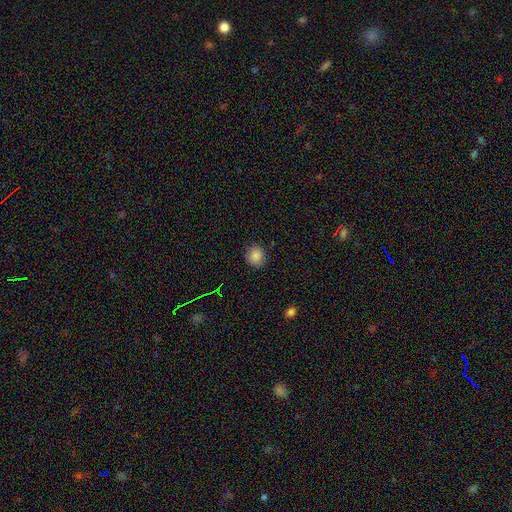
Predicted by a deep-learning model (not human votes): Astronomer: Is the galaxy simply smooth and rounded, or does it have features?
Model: smooth — 84%.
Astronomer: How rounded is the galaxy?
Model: round — 85%.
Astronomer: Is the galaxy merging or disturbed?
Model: none — 88%.